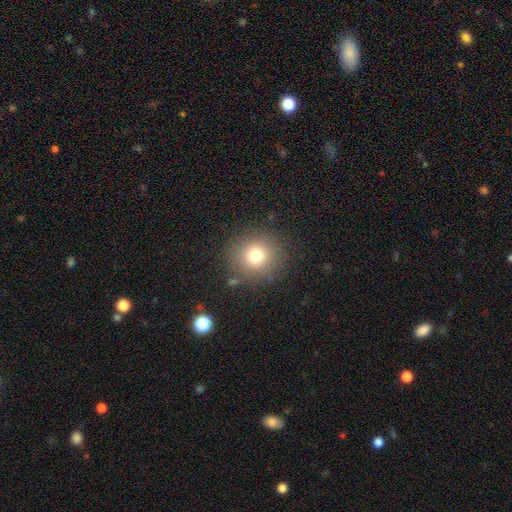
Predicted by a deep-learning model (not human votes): smooth 76%, star or artifact 14%, featured or disk 10%. Down the decision tree: how rounded — round (93%); merging — none (86%).